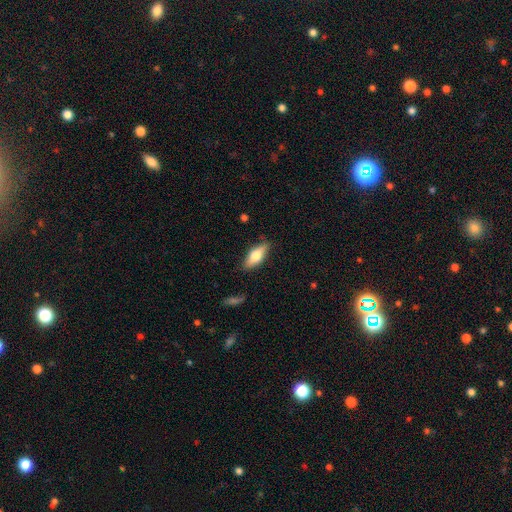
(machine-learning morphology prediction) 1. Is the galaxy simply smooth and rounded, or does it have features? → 63% smooth, 30% featured or disk, 7% star or artifact.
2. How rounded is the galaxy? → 74% in between, 23% cigar-shaped, 3% round.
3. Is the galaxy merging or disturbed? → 84% none, 12% minor disturbance, 3% major disturbance, 1% merger.